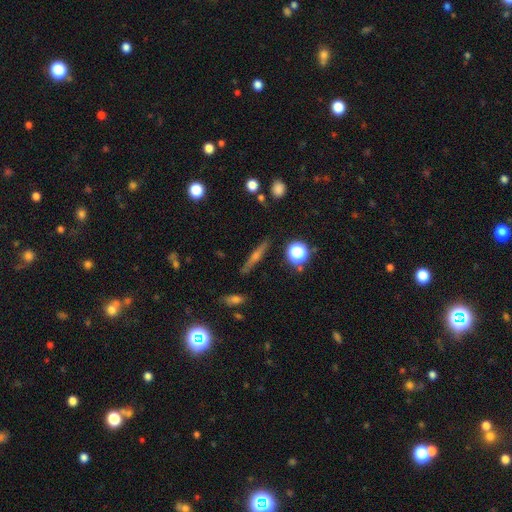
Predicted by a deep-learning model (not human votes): smooth-or-featured: featured or disk: 59% | smooth: 28% | star or artifact: 14%
  disk-edge-on: yes: 95% | no: 5%
    edge-on-bulge: rounded: 82% | none: 12% | boxy: 6%
  merging: none: 88% | minor disturbance: 8% | major disturbance: 2% | merger: 2%